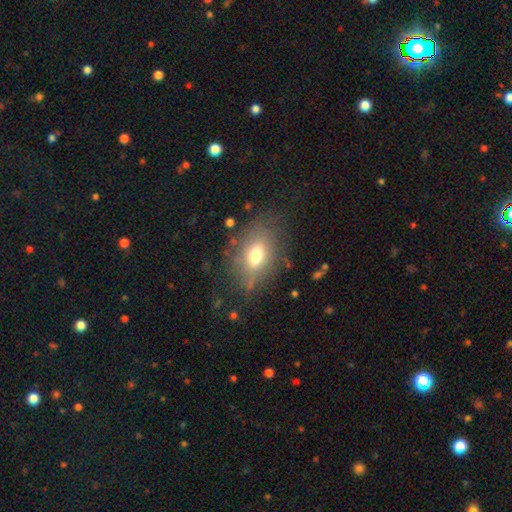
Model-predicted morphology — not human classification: This appears to be a smooth galaxy with no disk features (64%) that is in between round and cigar-shaped (81%). Merging: none (72%).